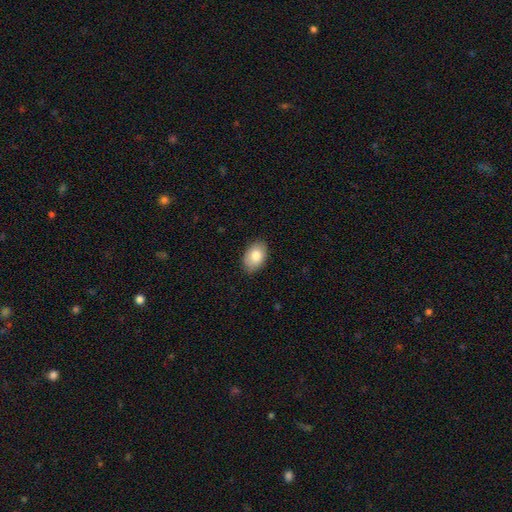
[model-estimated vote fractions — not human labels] A smooth galaxy with no disk features (83%) that is in between round and cigar-shaped (89%).

Vote fractions:
- Smooth or featured? smooth: 83% / featured or disk: 11% / star or artifact: 7%
- How rounded? in between: 89% / round: 10% / cigar-shaped: 1%
- Merging? none: 85% / minor disturbance: 11% / major disturbance: 2% / merger: 1%